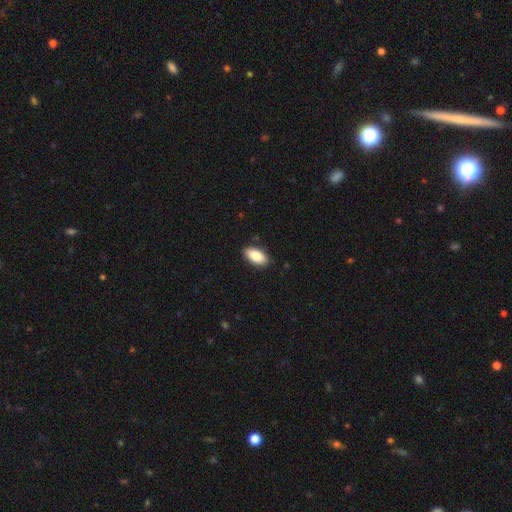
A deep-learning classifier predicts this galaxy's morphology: The model was most divided on "smooth or featured": smooth: 82%, featured or disk: 11%, star or artifact: 7%. More confident: how rounded — in between (92%); merging — none (87%).